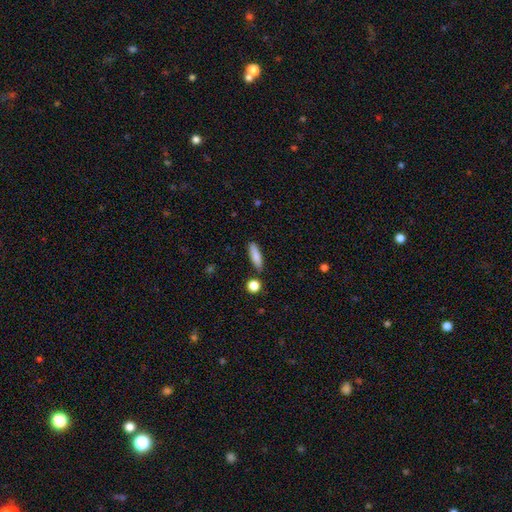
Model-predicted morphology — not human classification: This appears to be a smooth galaxy with no disk features (85%) that is cigar-shaped (62%). Merging: none (84%).